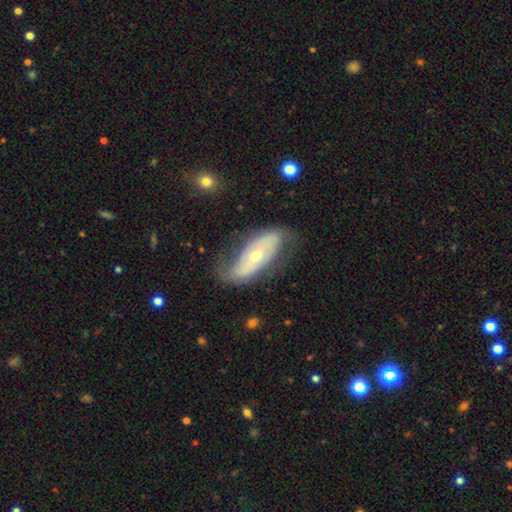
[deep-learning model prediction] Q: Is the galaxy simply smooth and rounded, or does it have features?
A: featured or disk — 73%.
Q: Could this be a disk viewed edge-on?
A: no — 89%.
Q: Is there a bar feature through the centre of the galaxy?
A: no — 61%.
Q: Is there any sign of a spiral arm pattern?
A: yes — 79%.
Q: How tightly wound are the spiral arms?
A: loose — 39%.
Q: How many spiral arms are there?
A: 2 — 78%.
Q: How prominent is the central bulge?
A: small — 51%.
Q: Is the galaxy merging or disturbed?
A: none — 59%.